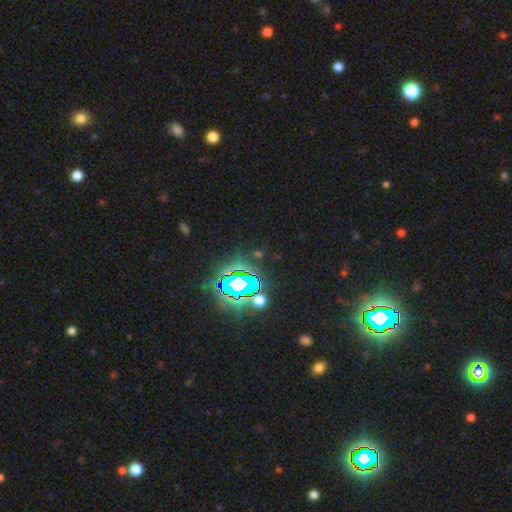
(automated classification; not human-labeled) This is likely a star or artifact rather than a galaxy (80%).